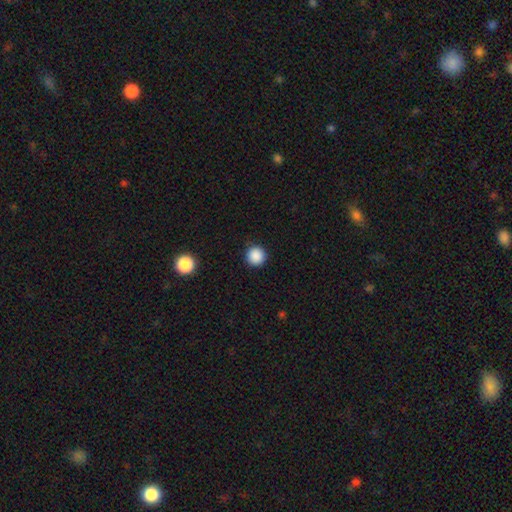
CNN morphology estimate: Smooth or featured: smooth — 88% (star or artifact — 10%)
How rounded: round — 96% (in between — 3%)
Merging: none — 92% (minor disturbance — 6%)